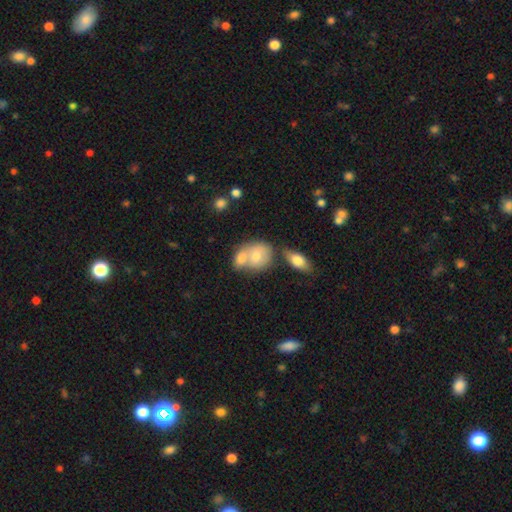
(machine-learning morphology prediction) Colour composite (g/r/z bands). It shows a smooth galaxy with no disk features (70%) that is in between round and cigar-shaped (55%). Merging: merger (59%).